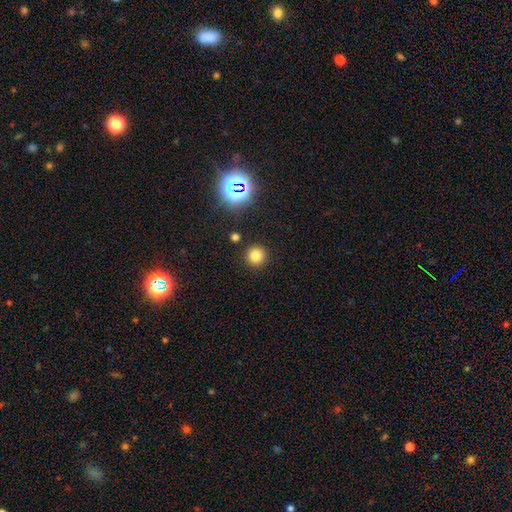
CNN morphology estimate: smooth 78%, star or artifact 16%, featured or disk 6%. Down the decision tree: how rounded — round (95%); merging — none (89%).